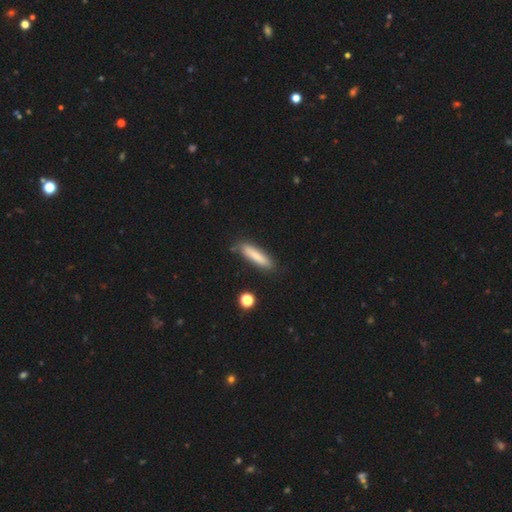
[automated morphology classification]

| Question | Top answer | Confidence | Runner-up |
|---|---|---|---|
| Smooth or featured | smooth | 78% | featured or disk (15%) |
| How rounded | cigar-shaped | 81% | in between (17%) |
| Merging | none | 81% | minor disturbance (13%) |